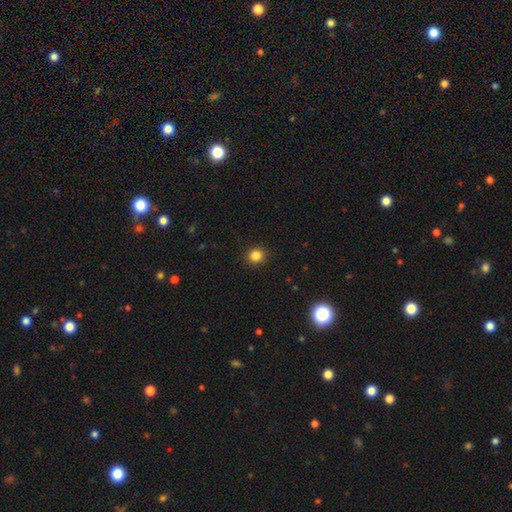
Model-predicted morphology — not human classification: smooth-or-featured: smooth: 84% | star or artifact: 12% | featured or disk: 4%
  how-rounded: round: 90% | in between: 9% | cigar-shaped: 1%
  merging: none: 92% | minor disturbance: 5% | major disturbance: 2% | merger: 1%